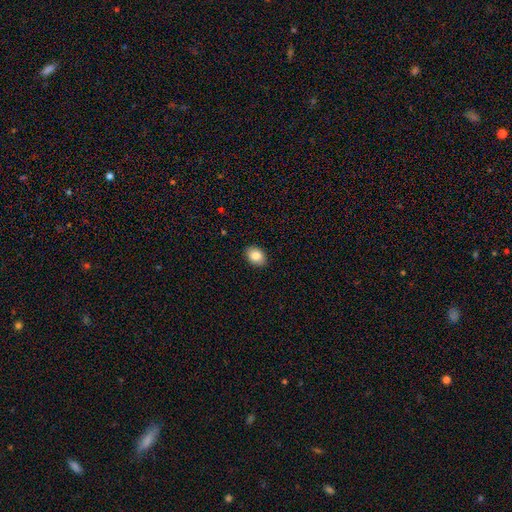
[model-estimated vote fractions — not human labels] Smooth or featured? smooth (84%)
How rounded? in between (76%)
Merging? none (90%)